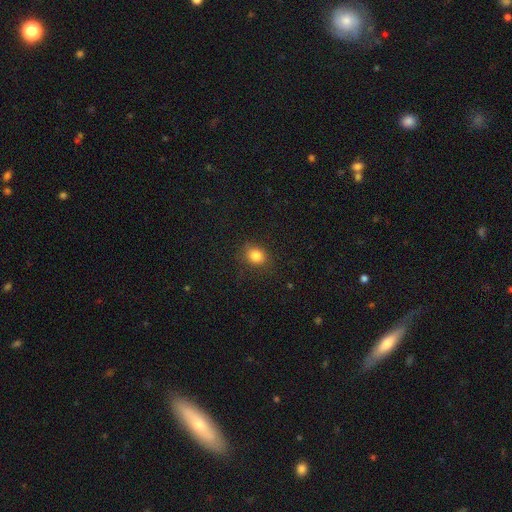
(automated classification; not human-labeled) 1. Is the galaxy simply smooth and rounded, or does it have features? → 83% smooth, 11% star or artifact, 5% featured or disk.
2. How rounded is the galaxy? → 62% round, 37% in between, 1% cigar-shaped.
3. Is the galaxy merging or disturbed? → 80% none, 14% minor disturbance, 5% major disturbance, 1% merger.